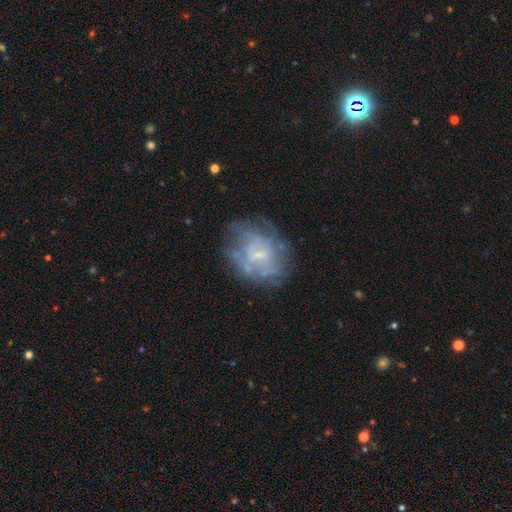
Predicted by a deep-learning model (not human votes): A featured or disk galaxy (58%) with no bar (62%), spiral arms (53%) and a small central bulge (58%). Merging: none (66%).